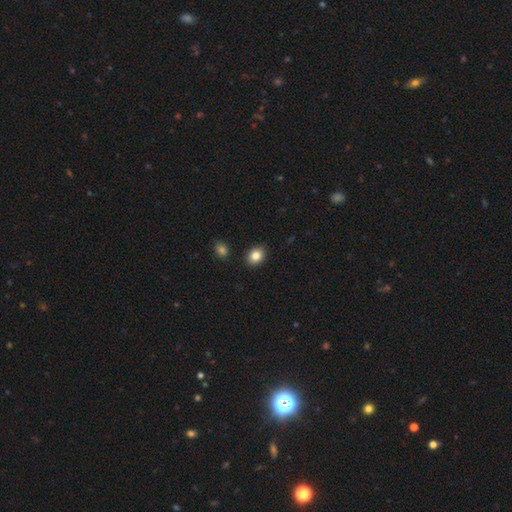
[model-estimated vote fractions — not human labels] Smooth or featured? smooth (85%)
How rounded? in between (52%)
Merging? none (89%)